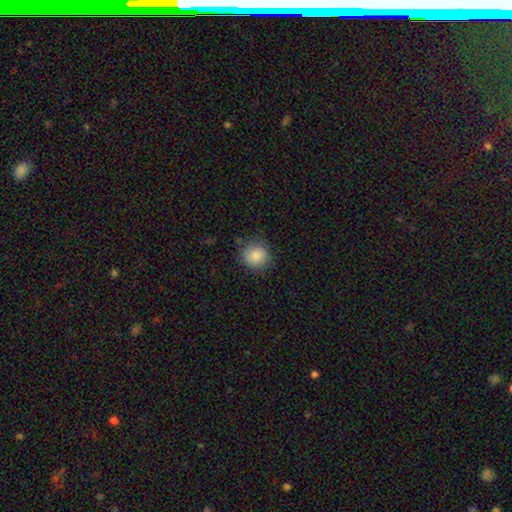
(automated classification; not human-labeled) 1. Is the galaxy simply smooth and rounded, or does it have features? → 85% smooth, 9% star or artifact, 6% featured or disk.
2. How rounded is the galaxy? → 89% round, 10% in between, 1% cigar-shaped.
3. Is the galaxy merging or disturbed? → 80% none, 15% minor disturbance, 4% major disturbance, 1% merger.